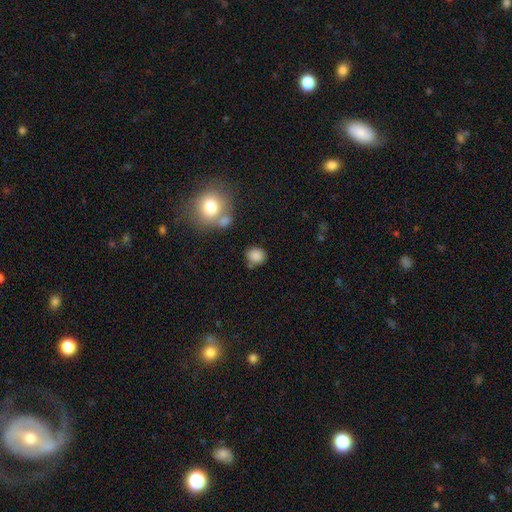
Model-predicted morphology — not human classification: Overall: smooth (84%). How rounded: round (72%). Merging: none (67%).